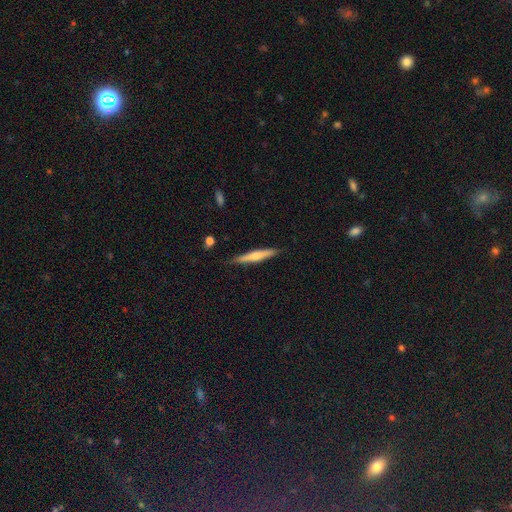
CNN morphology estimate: Smooth or featured? smooth (51%)
How rounded? cigar-shaped (93%)
Merging? none (87%)